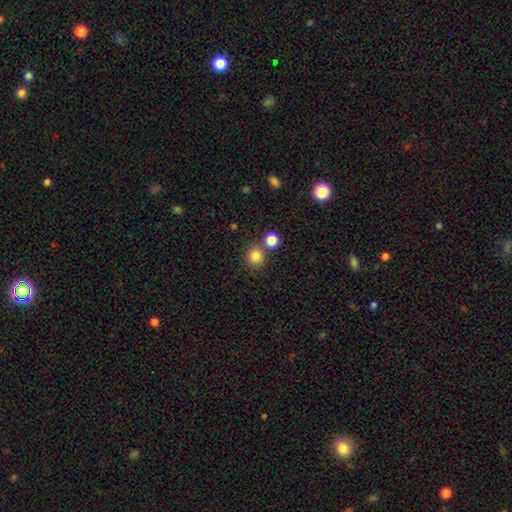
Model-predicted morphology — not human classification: The model was most divided on "merging": none: 71%, merger: 18%, minor disturbance: 8%, major disturbance: 3%. More confident: how rounded — round (88%); smooth or featured — smooth (83%).